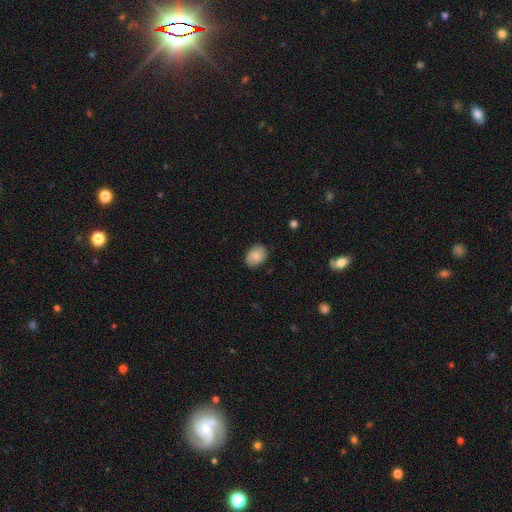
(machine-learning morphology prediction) A smooth galaxy with no disk features (82%) that is in between round and cigar-shaped (70%). Merging: none (82%).